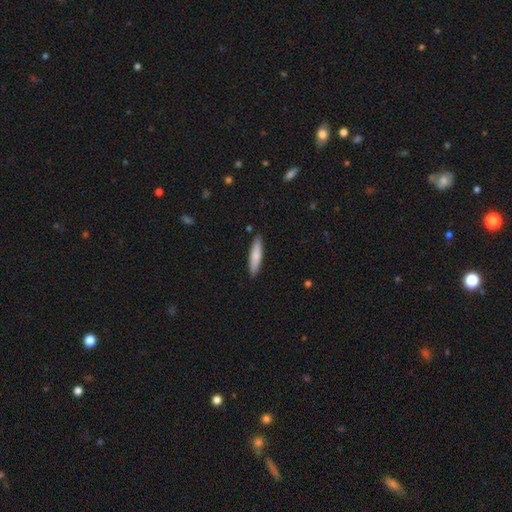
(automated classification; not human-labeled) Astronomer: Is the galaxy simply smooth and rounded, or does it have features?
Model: smooth — 76%.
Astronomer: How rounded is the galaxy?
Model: cigar-shaped — 80%.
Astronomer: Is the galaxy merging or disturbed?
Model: none — 89%.